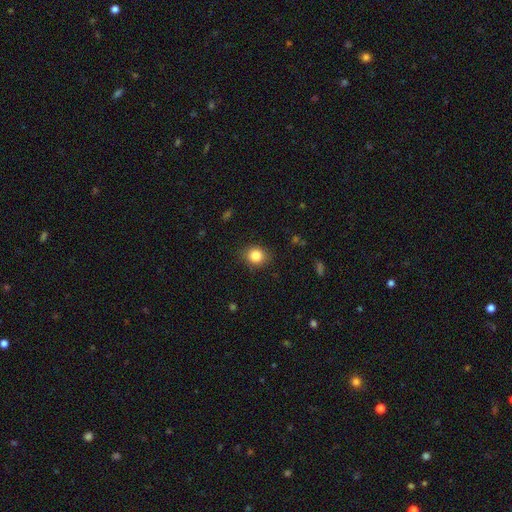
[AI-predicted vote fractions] A smooth galaxy with no disk features (84%) that is round (76%). Merging: none (86%).